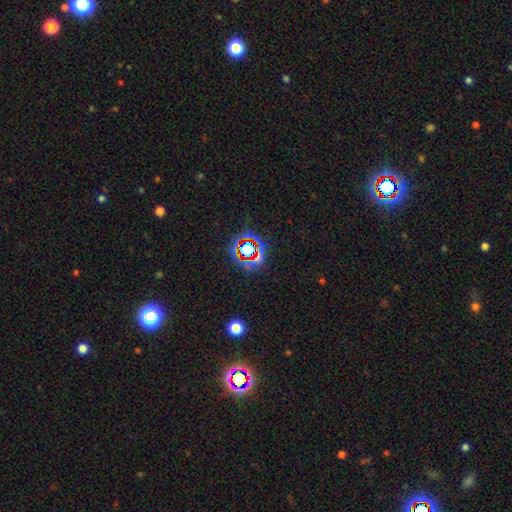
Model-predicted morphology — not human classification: smooth-or-featured: star or artifact: 68% | smooth: 20% | featured or disk: 12%